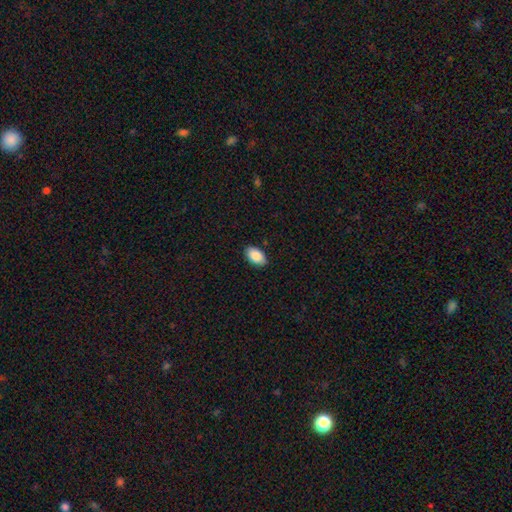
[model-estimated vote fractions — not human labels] This is clearly a smooth galaxy (88%). How rounded: clearly in between (94%). Merging: clearly none (88%).